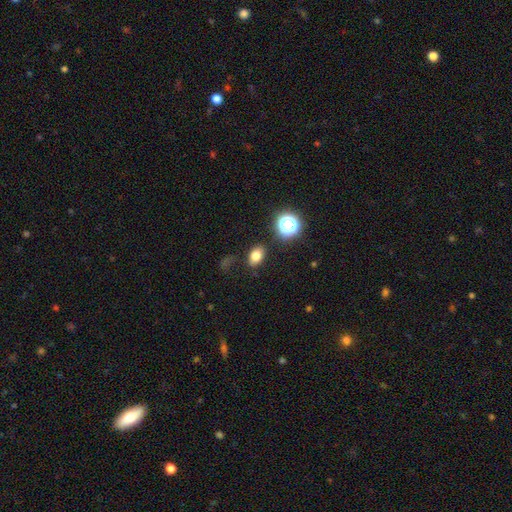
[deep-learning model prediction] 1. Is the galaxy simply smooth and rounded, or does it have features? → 76% smooth, 14% star or artifact, 9% featured or disk.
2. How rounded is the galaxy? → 76% in between, 23% round, 1% cigar-shaped.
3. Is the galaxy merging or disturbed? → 82% none, 11% minor disturbance, 4% major disturbance, 3% merger.